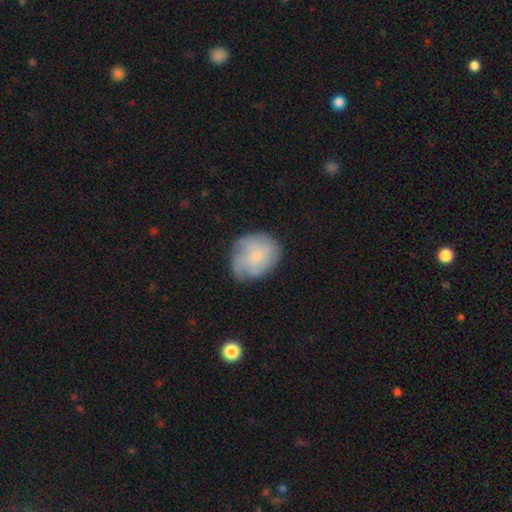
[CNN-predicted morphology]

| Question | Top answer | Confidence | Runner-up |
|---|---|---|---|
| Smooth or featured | smooth | 52% | featured or disk (40%) |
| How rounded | round | 57% | in between (42%) |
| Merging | none | 65% | minor disturbance (26%) |